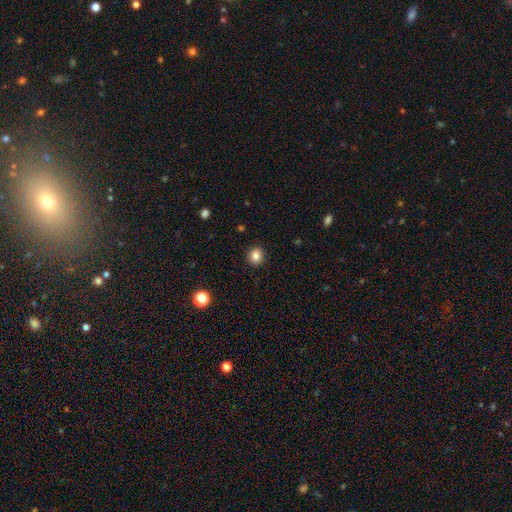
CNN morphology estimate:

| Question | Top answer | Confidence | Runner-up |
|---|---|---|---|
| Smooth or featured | smooth | 84% | star or artifact (11%) |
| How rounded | round | 80% | in between (20%) |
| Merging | none | 92% | minor disturbance (6%) |